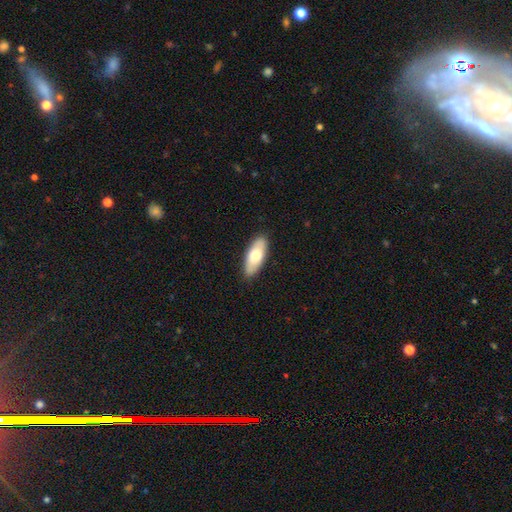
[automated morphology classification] A smooth galaxy with no disk features (73%) that is in between round and cigar-shaped (76%). Merging: none (88%).